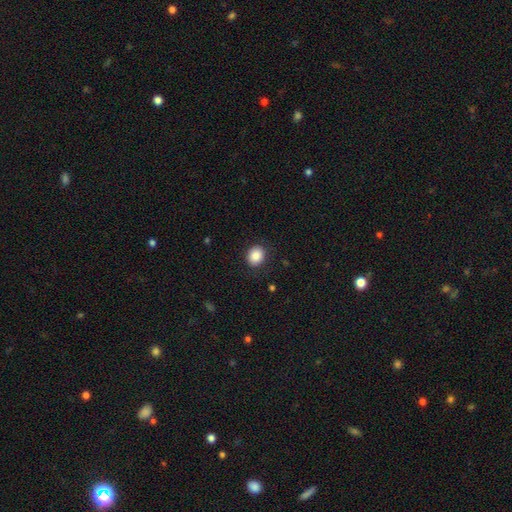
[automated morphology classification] The model was most divided on "how rounded": round: 67%, in between: 33%, cigar-shaped: 1%. More confident: merging — none (87%); smooth or featured — smooth (87%).